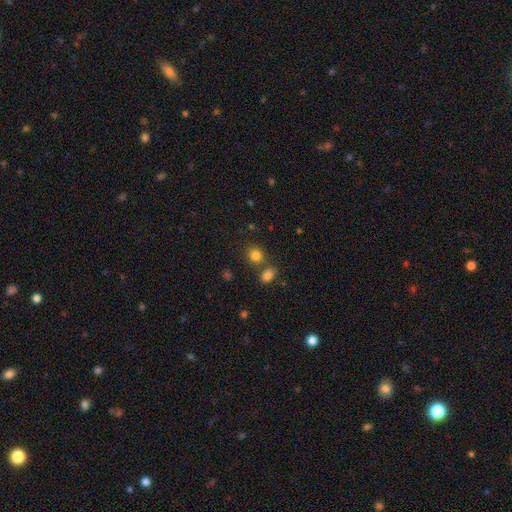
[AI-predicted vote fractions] Smooth or featured? smooth (82%)
How rounded? round (78%)
Merging? none (68%)